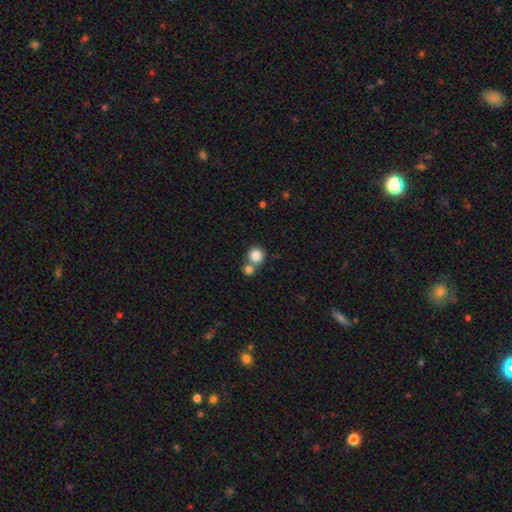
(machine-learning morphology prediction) The model was most divided on "merging": none: 49%, merger: 41%, minor disturbance: 7%, major disturbance: 3%. More confident: how rounded — round (89%); smooth or featured — smooth (84%).